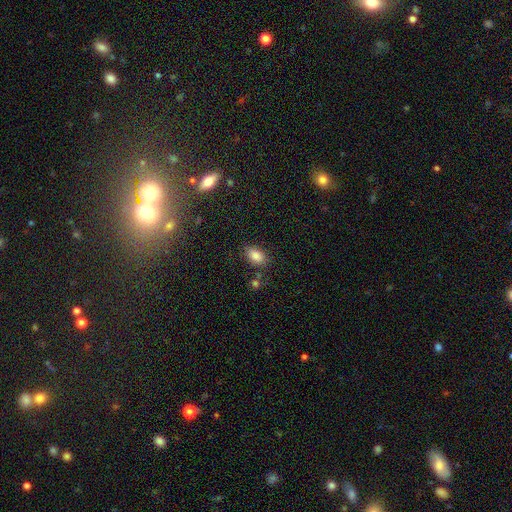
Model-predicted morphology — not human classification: This appears to be a smooth galaxy with no disk features (86%) that is in between round and cigar-shaped (89%). Merging: none (78%).